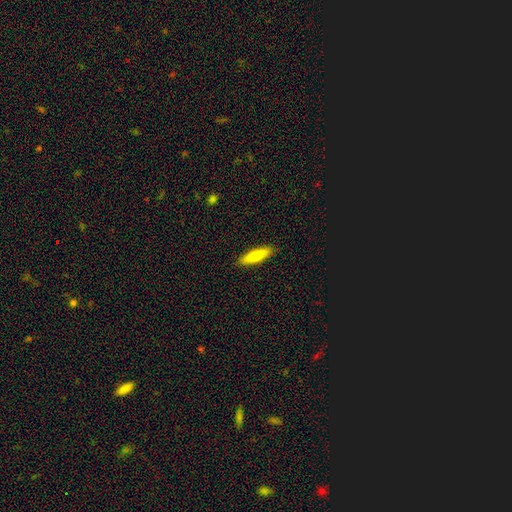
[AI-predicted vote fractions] The model was most divided on "smooth or featured": smooth: 64%, featured or disk: 31%, star or artifact: 6%. More confident: merging — none (90%); how rounded — cigar-shaped (77%).